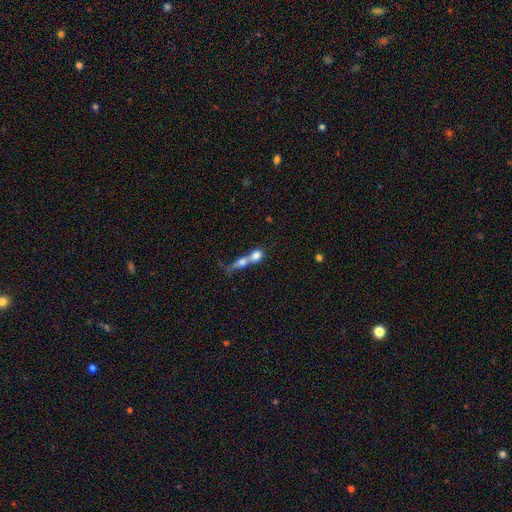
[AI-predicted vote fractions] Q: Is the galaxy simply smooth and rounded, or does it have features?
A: smooth — 68%.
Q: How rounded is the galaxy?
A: round — 44%.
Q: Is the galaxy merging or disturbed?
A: merger — 74%.